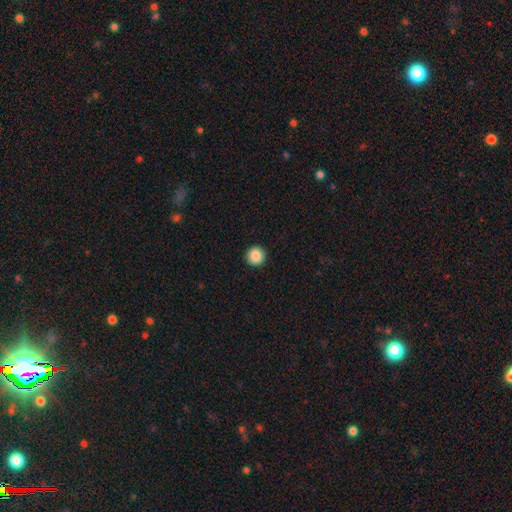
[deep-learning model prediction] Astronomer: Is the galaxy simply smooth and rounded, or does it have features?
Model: smooth — 88%.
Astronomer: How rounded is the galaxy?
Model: round — 95%.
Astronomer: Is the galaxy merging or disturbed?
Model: none — 93%.